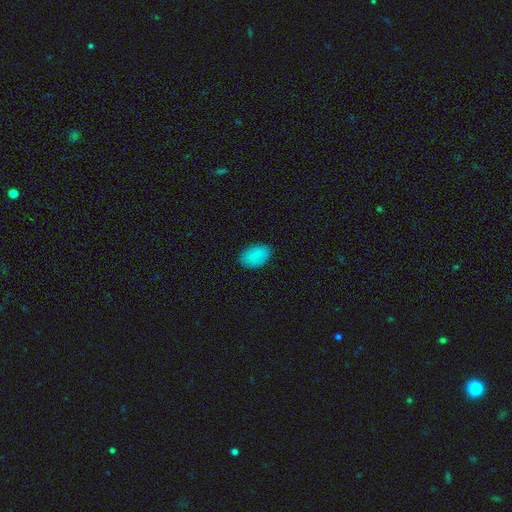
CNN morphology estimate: smooth_or_featured: smooth (p=0.87) [alt: star or artifact p=0.08]
how_rounded: in between (p=0.89) [alt: round p=0.10]
merging: none (p=0.85) [alt: minor disturbance p=0.11]